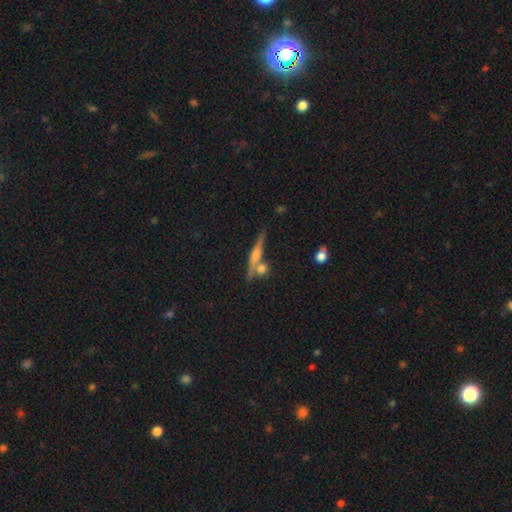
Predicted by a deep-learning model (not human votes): A featured or disk galaxy (55%) viewed edge-on (93%) with a rounded central bulge (68%).

Vote fractions:
- Smooth or featured? featured or disk: 55% / smooth: 36% / star or artifact: 9%
- Edge-on disk? yes: 93% / no: 7%
- Edge-on bulge? rounded: 68% / none: 17% / boxy: 15%
- Merging? none: 66% / merger: 20% / minor disturbance: 11% / major disturbance: 4%